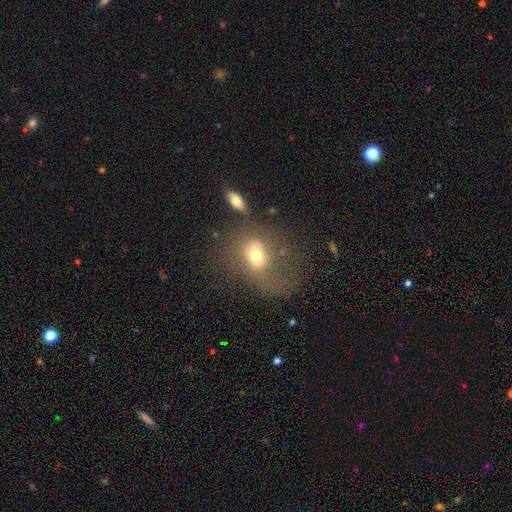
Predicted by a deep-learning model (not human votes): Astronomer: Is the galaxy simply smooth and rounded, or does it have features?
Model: smooth — 62%.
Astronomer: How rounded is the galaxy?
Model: in between — 55% (runner-up: round, 43%).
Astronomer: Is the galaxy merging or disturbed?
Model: major disturbance — 38% (runner-up: none, 33%).